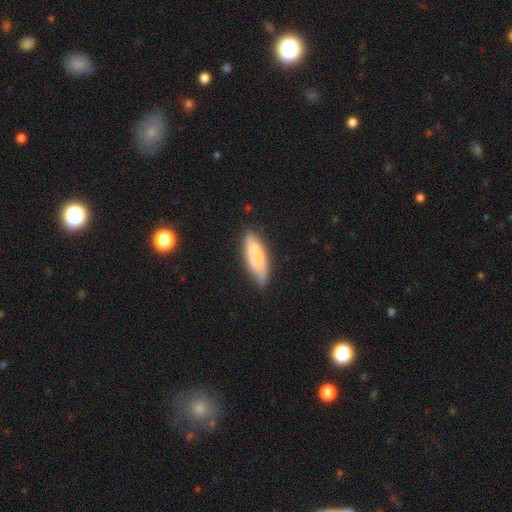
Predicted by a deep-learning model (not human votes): Smooth or featured: smooth — 69% (featured or disk — 24%)
How rounded: in between — 57% (cigar-shaped — 41%)
Merging: none — 74% (minor disturbance — 21%)